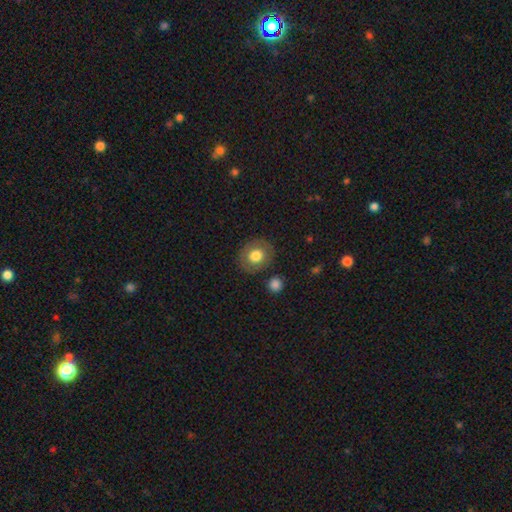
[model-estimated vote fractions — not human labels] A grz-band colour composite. It shows a smooth galaxy with no disk features (73%) that is round (74%). Merging: none (84%).